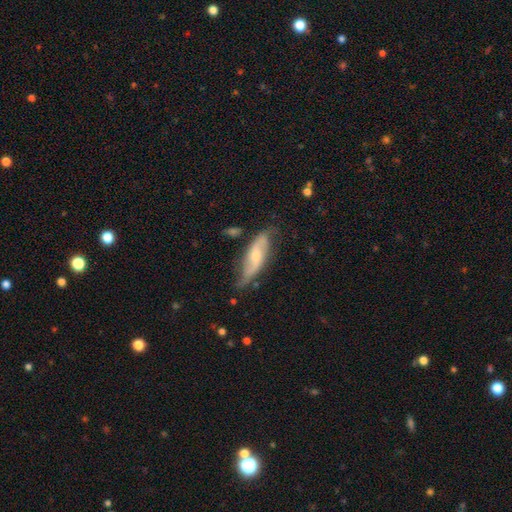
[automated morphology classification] Smooth or featured? Predicted: featured or disk (p=0.64). Edge-on disk? Predicted: no (p=0.81). Bar? Predicted: no (p=0.53). Spiral arms? Predicted: yes (p=0.88). Bulge size? Predicted: small (p=0.50). Merging? Predicted: none (p=0.59).